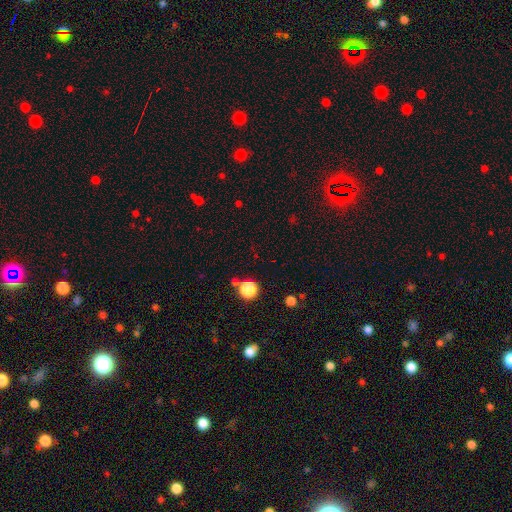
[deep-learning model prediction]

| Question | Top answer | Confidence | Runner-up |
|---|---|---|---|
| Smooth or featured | smooth | 47% | star or artifact (46%) |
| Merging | none | 79% | minor disturbance (9%) |